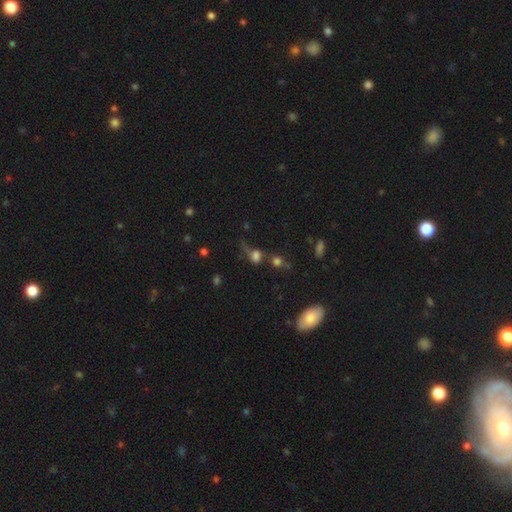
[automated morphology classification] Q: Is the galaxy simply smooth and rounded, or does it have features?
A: smooth — 61%.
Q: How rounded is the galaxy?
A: round — 56%.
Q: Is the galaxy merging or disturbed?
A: none — 32%.